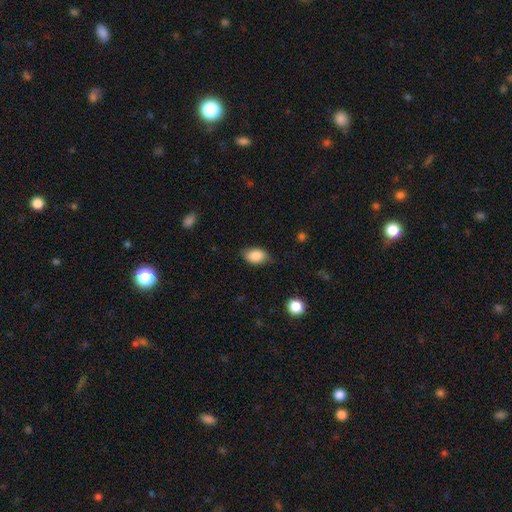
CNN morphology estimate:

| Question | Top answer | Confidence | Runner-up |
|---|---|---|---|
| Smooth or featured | smooth | 86% | star or artifact (7%) |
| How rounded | in between | 88% | round (10%) |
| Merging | none | 75% | minor disturbance (20%) |